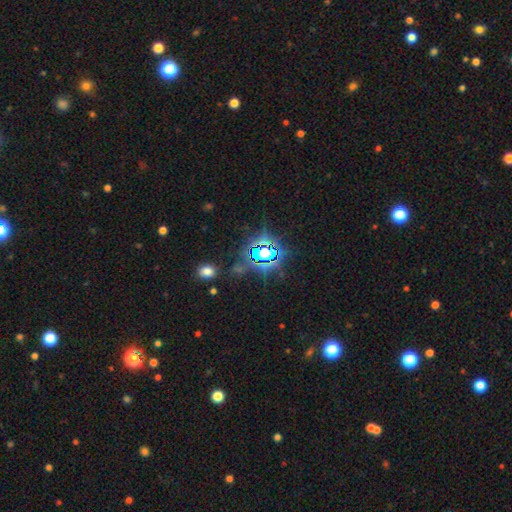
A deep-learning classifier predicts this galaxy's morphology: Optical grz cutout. It shows a star or artifact, not a galaxy (81%).